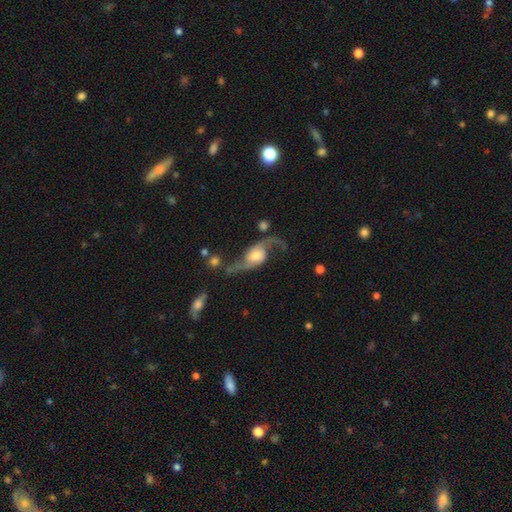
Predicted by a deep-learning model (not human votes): smooth-or-featured: featured or disk: 89% | smooth: 7% | star or artifact: 5%
  disk-edge-on: no: 95% | yes: 5%
    bar: no: 55% | weak: 34% | strong: 12%
    has-spiral-arms: yes: 96% | no: 4%
      spiral-winding: loose: 79% | medium: 17% | tight: 4%
      spiral-arm-count: 2: 93% | 1: 2% | can't tell: 2% | 3: 1% | 4: 1% | more than 4: 1%
    bulge-size: moderate: 56% | small: 23% | large: 16% | none: 3% | dominant: 2%
  merging: none: 62% | minor disturbance: 17% | major disturbance: 15% | merger: 6%